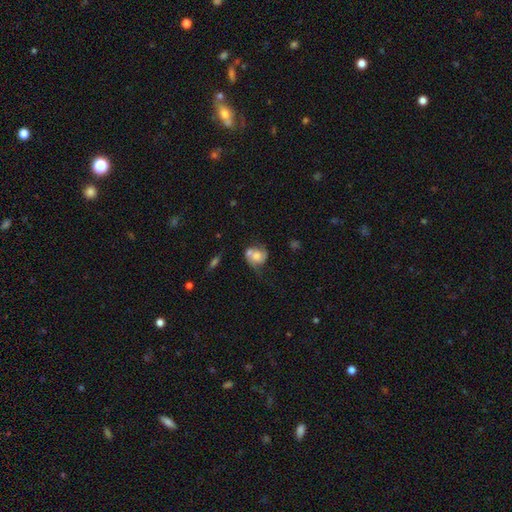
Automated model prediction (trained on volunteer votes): Morphology: type=featured or disk (47%); merging=none (33%).